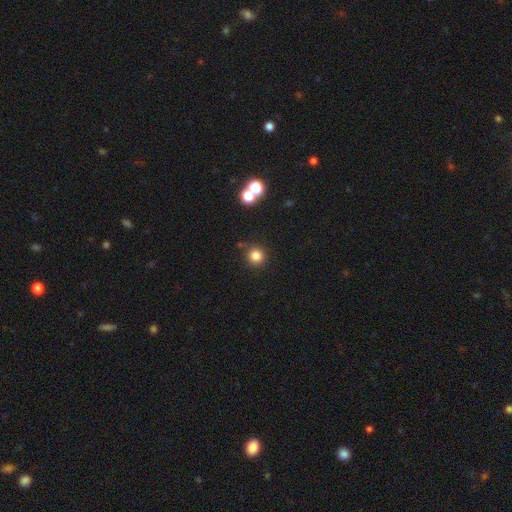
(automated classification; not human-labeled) smooth 81%, star or artifact 13%, featured or disk 5%. Down the decision tree: how rounded — round (94%); merging — none (79%).